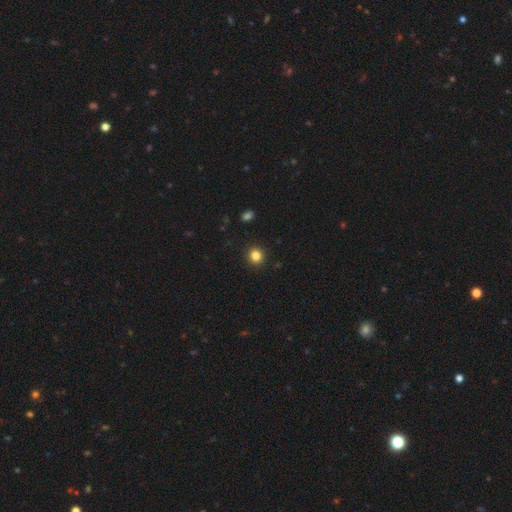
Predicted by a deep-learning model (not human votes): smooth-or-featured: smooth: 83% | star or artifact: 12% | featured or disk: 5%
  how-rounded: round: 91% | in between: 8% | cigar-shaped: 1%
  merging: none: 93% | minor disturbance: 5% | major disturbance: 2% | merger: 1%